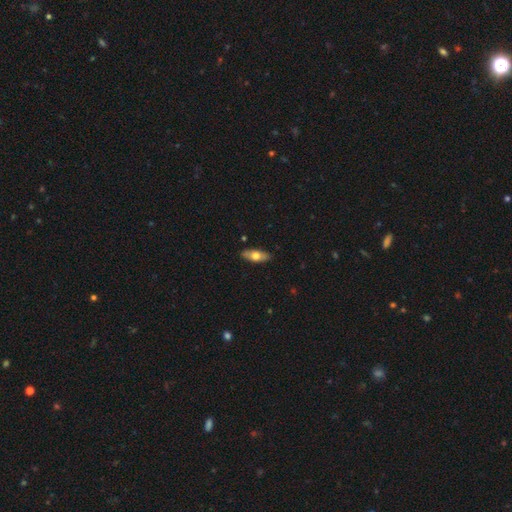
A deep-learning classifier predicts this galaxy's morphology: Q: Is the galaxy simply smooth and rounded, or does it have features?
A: smooth — 62%.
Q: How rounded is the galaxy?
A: in between — 74%.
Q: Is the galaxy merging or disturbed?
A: none — 88%.